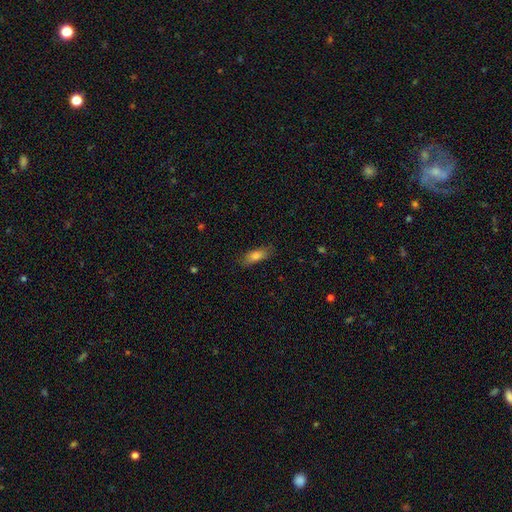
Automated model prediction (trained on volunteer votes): Morphology: type=smooth (77%); roundness=in between (68%); merging=none (79%).